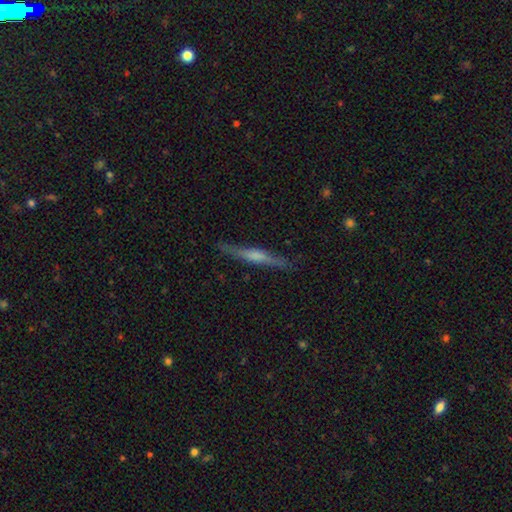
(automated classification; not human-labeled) Q: Smooth or featured?
A: featured or disk (65%); runner-up: smooth (28%)
Q: Edge-on disk?
A: yes (97%); runner-up: no (3%)
Q: Edge-on bulge?
A: rounded (55%); runner-up: boxy (23%)
Q: Merging?
A: none (87%); runner-up: minor disturbance (10%)